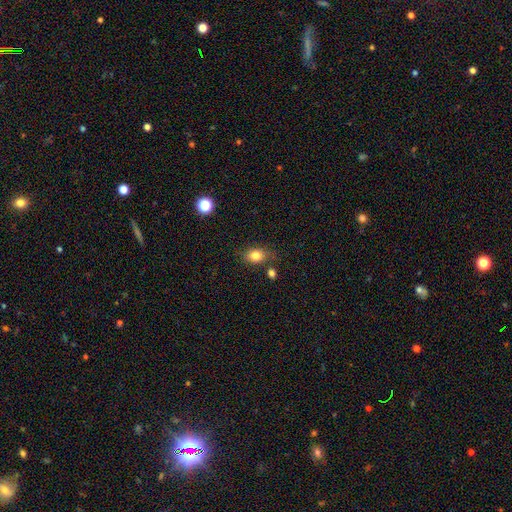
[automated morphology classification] smooth 81%, star or artifact 11%, featured or disk 8%. Down the decision tree: how rounded — in between (65%); merging — none (72%).